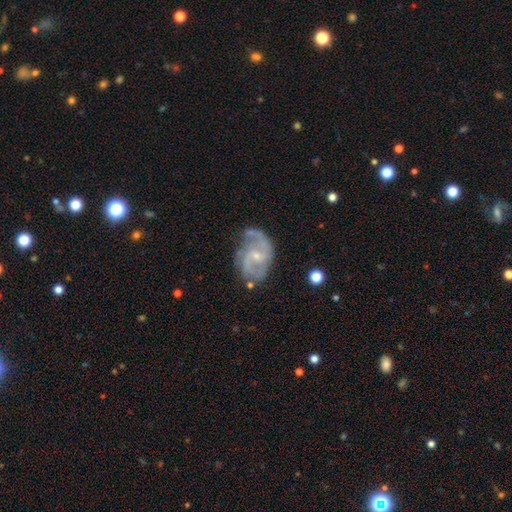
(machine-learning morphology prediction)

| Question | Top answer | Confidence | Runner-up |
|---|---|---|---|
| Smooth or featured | featured or disk | 85% | smooth (9%) |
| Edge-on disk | no | 98% | yes (2%) |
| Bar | weak | 46% | no (45%) |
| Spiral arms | yes | 93% | no (7%) |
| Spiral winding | medium | 52% | loose (24%) |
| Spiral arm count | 2 | 74% | can't tell (11%) |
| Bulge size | small | 73% | moderate (22%) |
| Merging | none | 56% | minor disturbance (26%) |